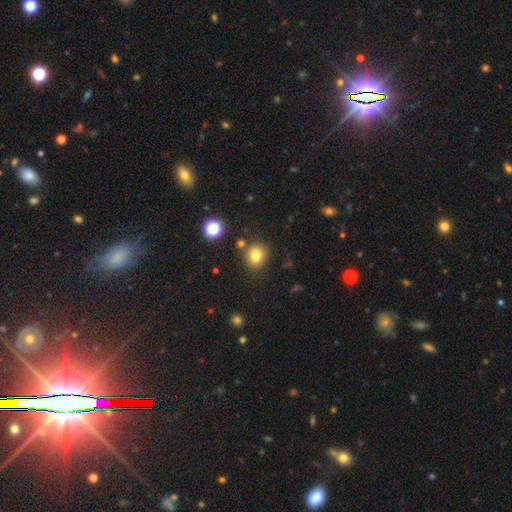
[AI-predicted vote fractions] A smooth galaxy with no disk features (77%) that is round (62%).

Vote fractions:
- Smooth or featured? smooth: 77% / star or artifact: 14% / featured or disk: 10%
- How rounded? round: 62% / in between: 37% / cigar-shaped: 1%
- Merging? none: 69% / minor disturbance: 15% / merger: 12% / major disturbance: 4%